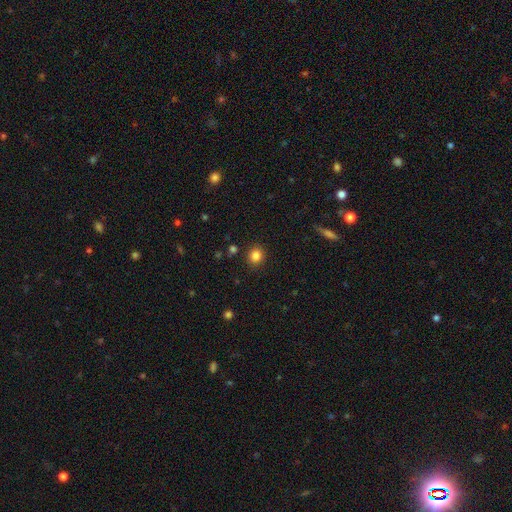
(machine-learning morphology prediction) smooth_or_featured: smooth (p=0.83) [alt: star or artifact p=0.12]
how_rounded: round (p=0.86) [alt: in between p=0.13]
merging: none (p=0.89) [alt: minor disturbance p=0.07]